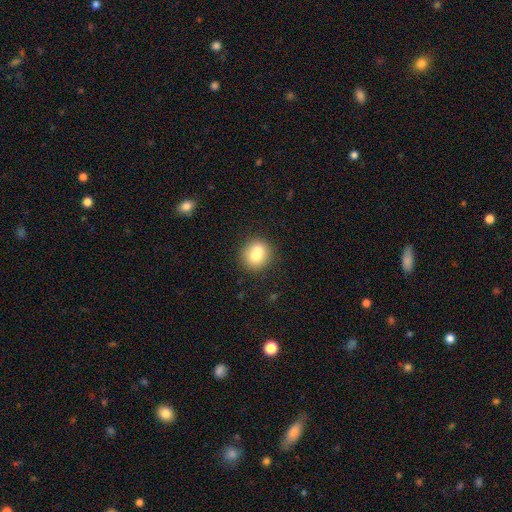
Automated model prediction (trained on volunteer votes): Q: Smooth or featured?
A: smooth (71%); runner-up: featured or disk (20%)
Q: How rounded?
A: round (78%); runner-up: in between (21%)
Q: Merging?
A: none (54%); runner-up: merger (31%)